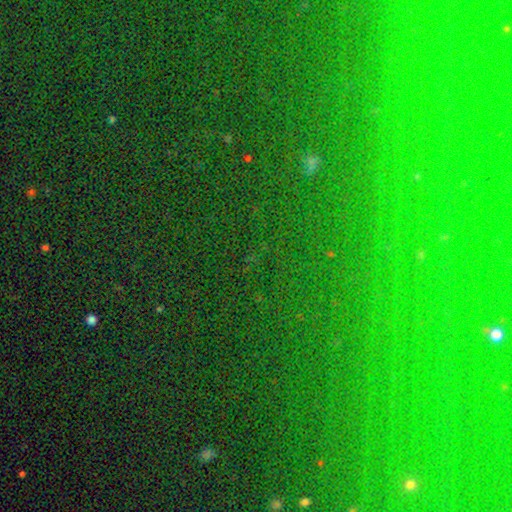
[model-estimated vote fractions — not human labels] A star or artifact, not a galaxy (81%).

Vote fractions:
- Smooth or featured? star or artifact: 81% / smooth: 11% / featured or disk: 8%